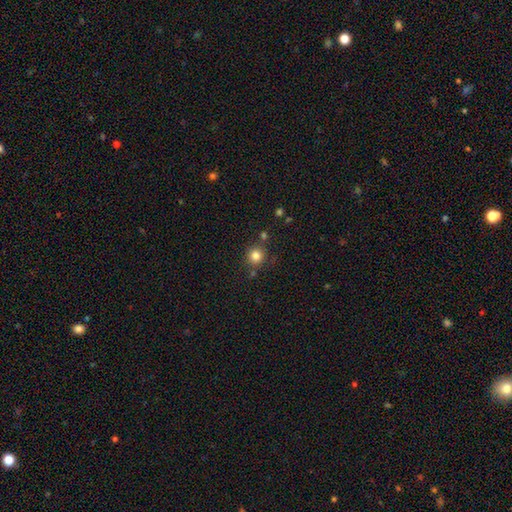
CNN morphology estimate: This appears to be a smooth galaxy with no disk features (82%) that is round (93%). Merging: none (82%).